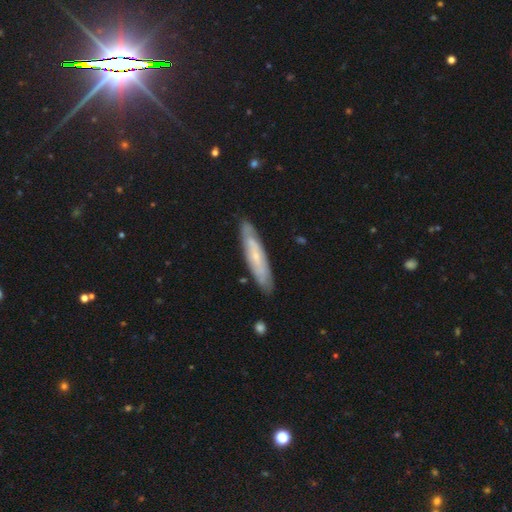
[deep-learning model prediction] Smooth or featured? featured or disk (56%)
Edge-on disk? no (52%)
Merging? none (83%)